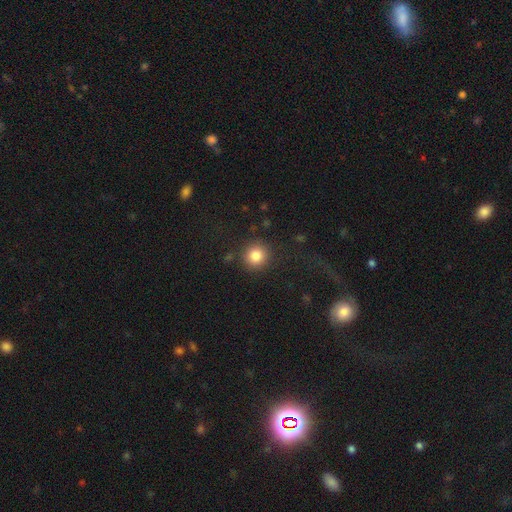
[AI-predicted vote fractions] Smooth or featured? Predicted: smooth (p=0.84). How rounded? Predicted: round (p=0.93). Merging? Predicted: none (p=0.87).